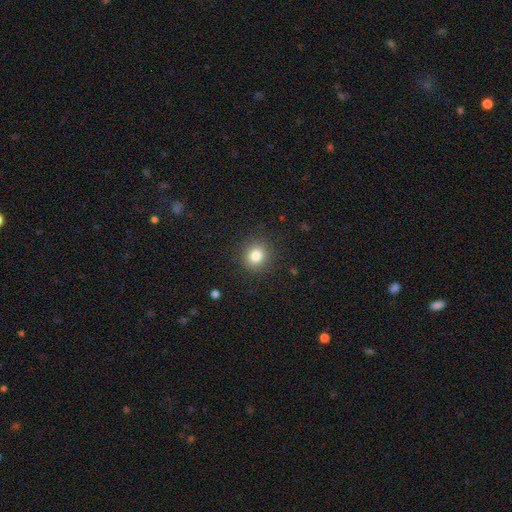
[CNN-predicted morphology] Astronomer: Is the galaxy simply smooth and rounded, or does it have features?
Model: smooth — 82%.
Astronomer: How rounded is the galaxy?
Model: round — 84%.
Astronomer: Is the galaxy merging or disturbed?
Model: none — 89%.